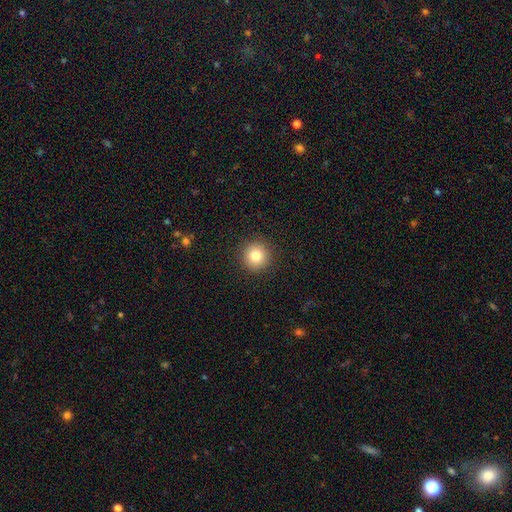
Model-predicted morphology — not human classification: smooth 81%, star or artifact 11%, featured or disk 8%. Down the decision tree: how rounded — round (95%); merging — none (92%).